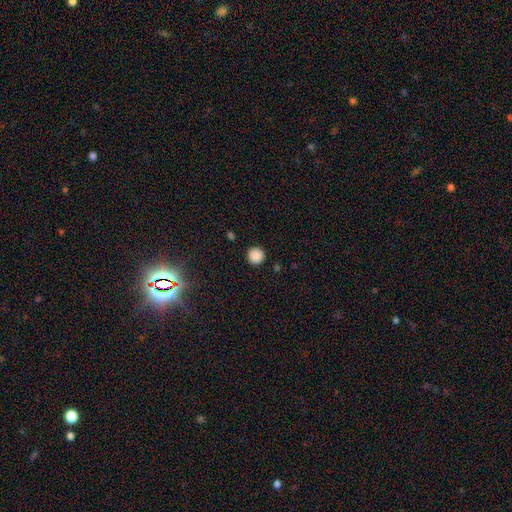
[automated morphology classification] smooth-or-featured: smooth: 87% | star or artifact: 10% | featured or disk: 2%
  how-rounded: round: 95% | in between: 4% | cigar-shaped: 1%
  merging: none: 91% | minor disturbance: 5% | major disturbance: 2% | merger: 1%